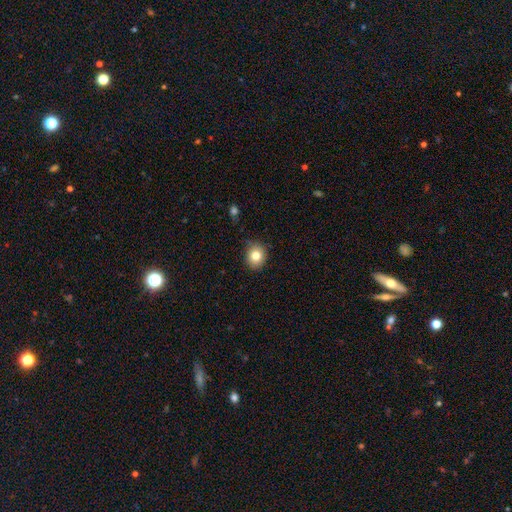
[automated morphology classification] Overall: smooth (80%). How rounded: round (73%). Merging: none (81%).